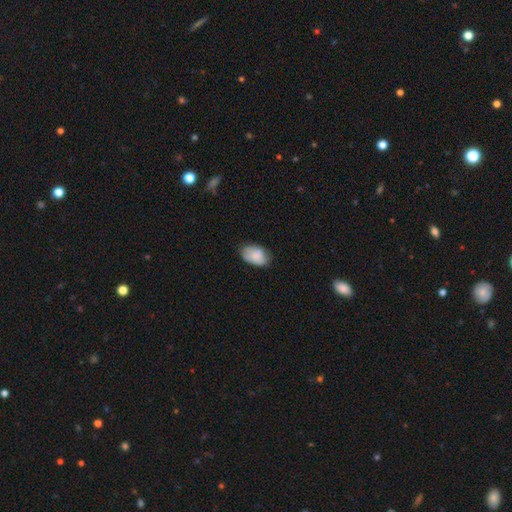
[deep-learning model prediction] Overall: smooth (78%). How rounded: in between (89%). Merging: none (65%; minor disturbance 27%).